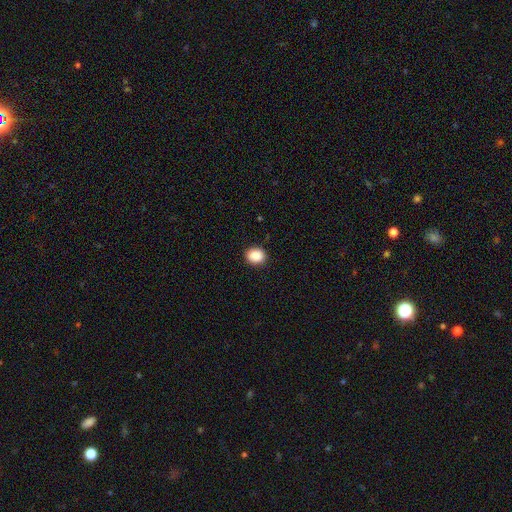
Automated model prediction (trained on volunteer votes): The model was most divided on "how rounded": round: 59%, in between: 40%, cigar-shaped: 1%. More confident: merging — none (90%); smooth or featured — smooth (89%).